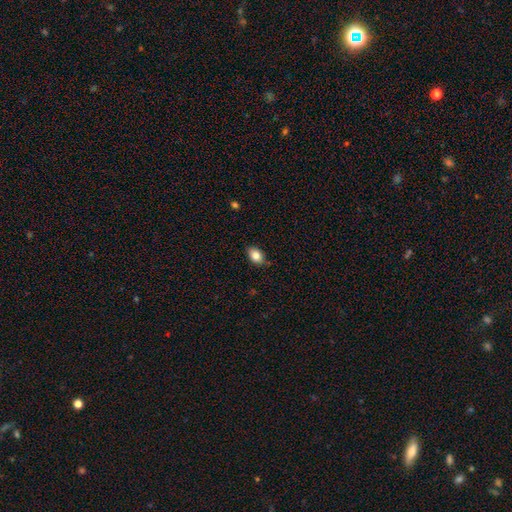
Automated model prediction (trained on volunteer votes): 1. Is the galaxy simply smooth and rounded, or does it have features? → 83% smooth, 9% featured or disk, 8% star or artifact.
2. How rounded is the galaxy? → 83% in between, 16% round, 1% cigar-shaped.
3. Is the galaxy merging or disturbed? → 84% none, 13% minor disturbance, 2% major disturbance, 1% merger.